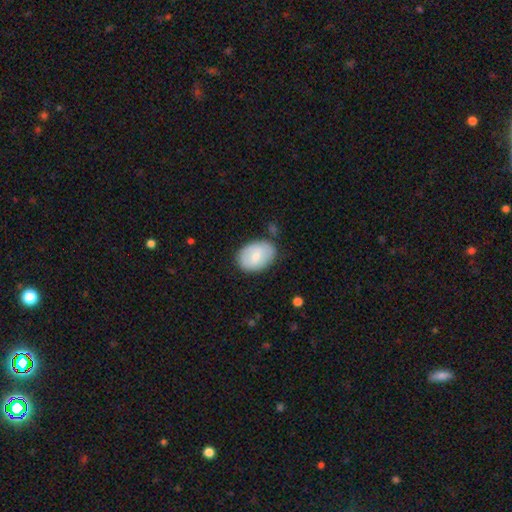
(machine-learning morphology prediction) Smooth or featured: smooth — 68% (featured or disk — 26%)
How rounded: in between — 80% (round — 19%)
Merging: none — 75% (minor disturbance — 18%)